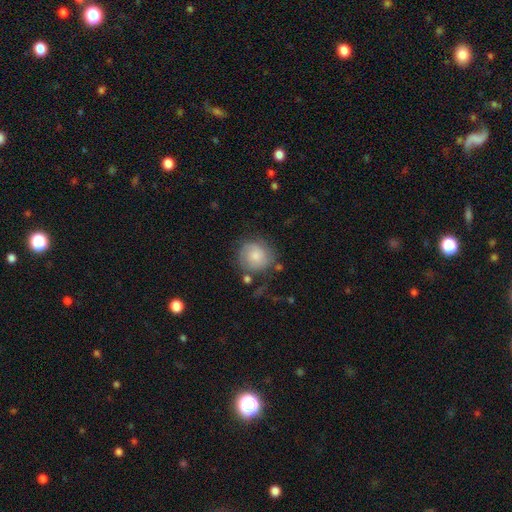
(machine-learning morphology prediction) smooth_or_featured: smooth (p=0.66) [alt: featured or disk p=0.27]
how_rounded: round (p=0.88) [alt: in between p=0.11]
merging: none (p=0.62) [alt: minor disturbance p=0.21]